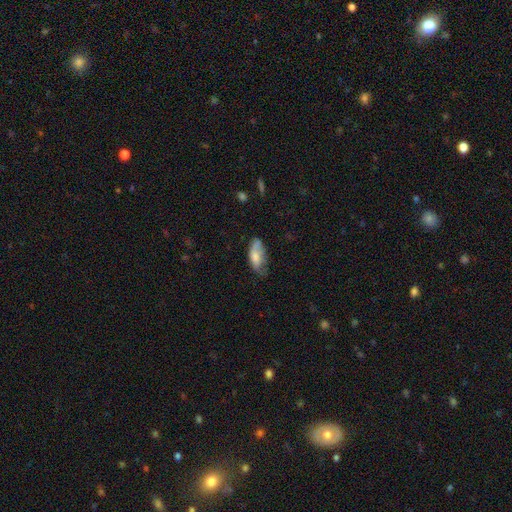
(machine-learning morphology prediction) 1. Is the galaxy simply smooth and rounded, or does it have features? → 70% smooth, 23% featured or disk, 7% star or artifact.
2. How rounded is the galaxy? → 83% in between, 15% cigar-shaped, 2% round.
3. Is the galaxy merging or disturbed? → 42% none, 37% minor disturbance, 17% major disturbance, 4% merger.